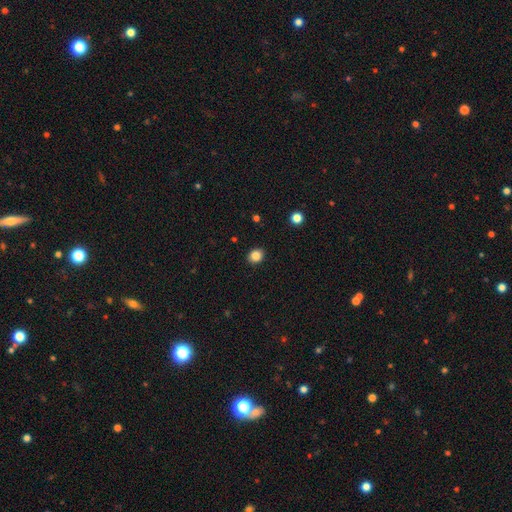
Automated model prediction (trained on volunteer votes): A smooth galaxy with no disk features (85%) that is round (60%). Merging: none (90%).